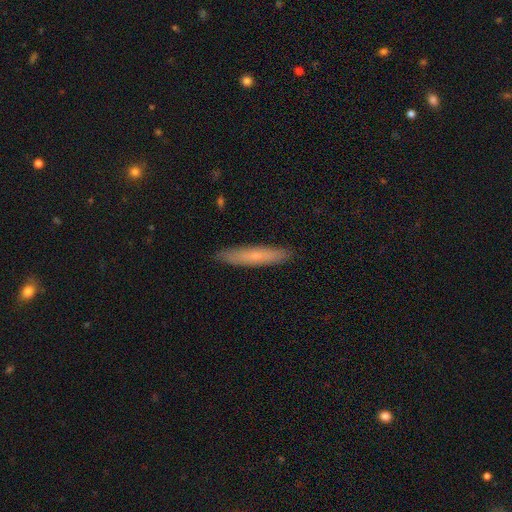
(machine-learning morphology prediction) smooth-or-featured: smooth: 63% | featured or disk: 31% | star or artifact: 7%
  how-rounded: cigar-shaped: 92% | in between: 7% | round: 1%
  merging: none: 90% | minor disturbance: 7% | major disturbance: 1% | merger: 1%